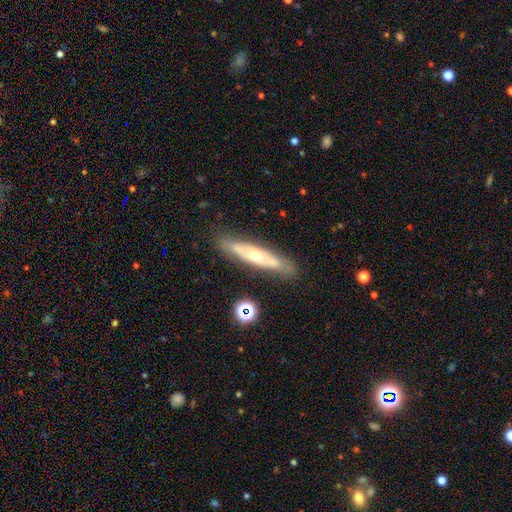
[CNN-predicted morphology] This appears to be a featured or disk galaxy (58%) viewed edge-on (52%). Merging: none (78%).